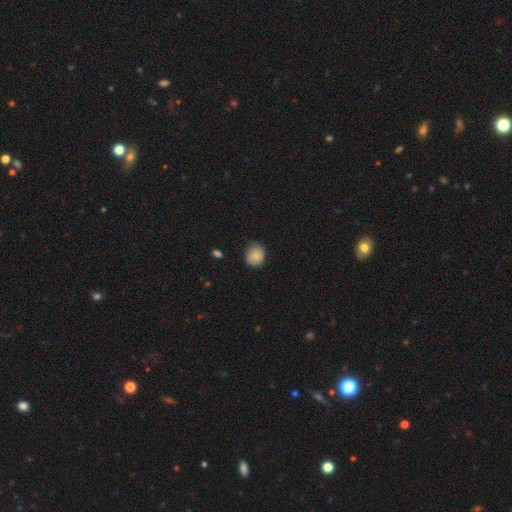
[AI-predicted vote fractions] The model was most divided on "merging": none: 71%, minor disturbance: 25%, major disturbance: 4%, merger: 1%. More confident: smooth or featured — smooth (83%); how rounded — round (75%).